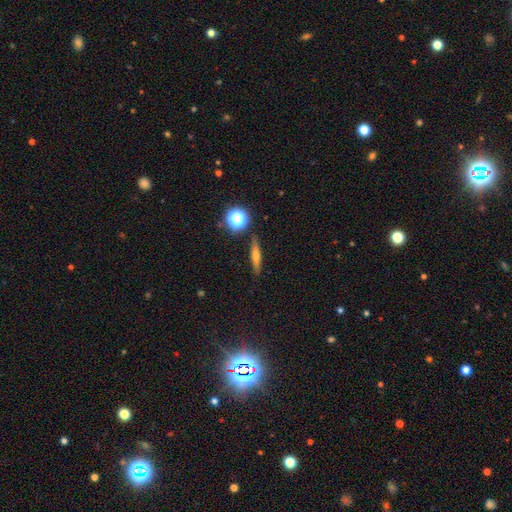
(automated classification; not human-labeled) Overall: smooth (50%; featured or disk 38%). How rounded: cigar-shaped (79%). Merging: none (89%).